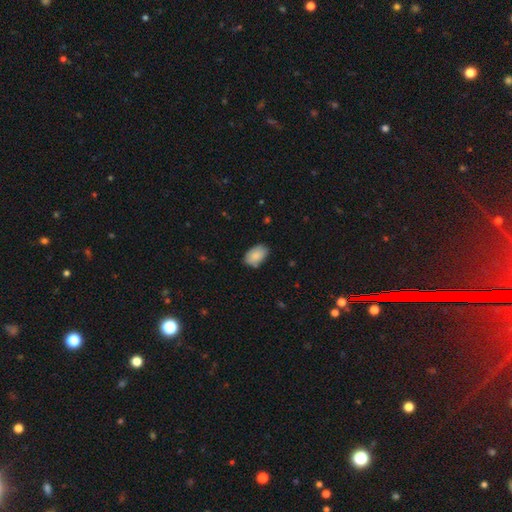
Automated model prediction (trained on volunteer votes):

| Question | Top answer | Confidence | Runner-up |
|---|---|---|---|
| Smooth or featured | smooth | 87% | featured or disk (7%) |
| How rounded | in between | 91% | round (7%) |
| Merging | none | 77% | minor disturbance (19%) |